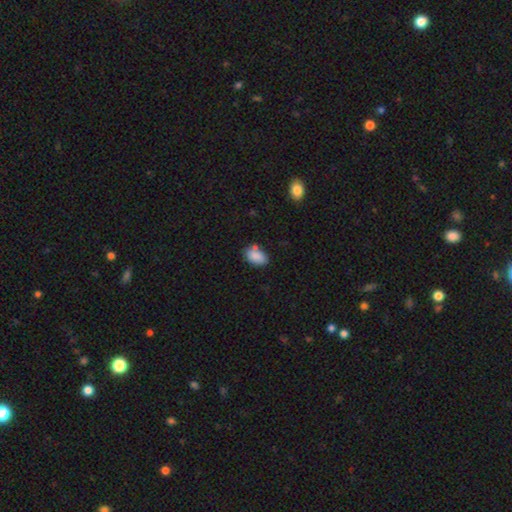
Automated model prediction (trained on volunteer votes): Smooth or featured: smooth — 87% (star or artifact — 8%)
How rounded: in between — 90% (round — 9%)
Merging: none — 69% (minor disturbance — 18%)